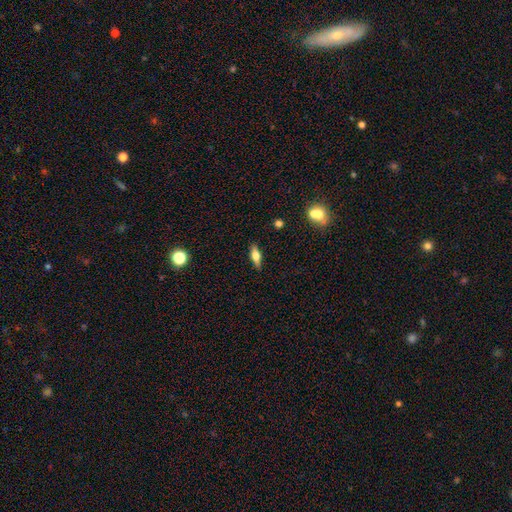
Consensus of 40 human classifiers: smooth 50%, featured or disk 45%, star or artifact 5%. Down the decision tree: how rounded — cigar-shaped (65%); merging — none (92%).